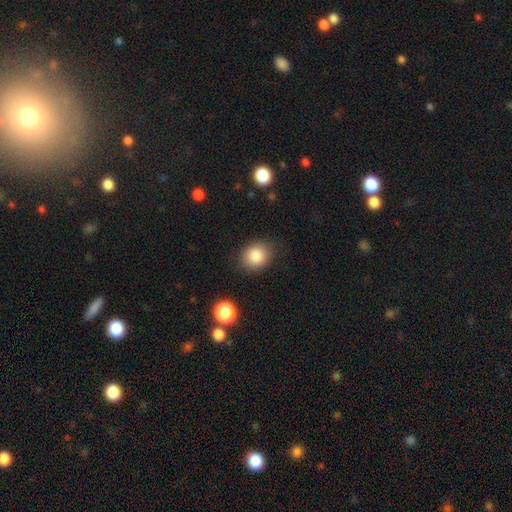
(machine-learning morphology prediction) This is clearly a smooth galaxy (84%). How rounded: likely round (65%). Merging: clearly none (85%).